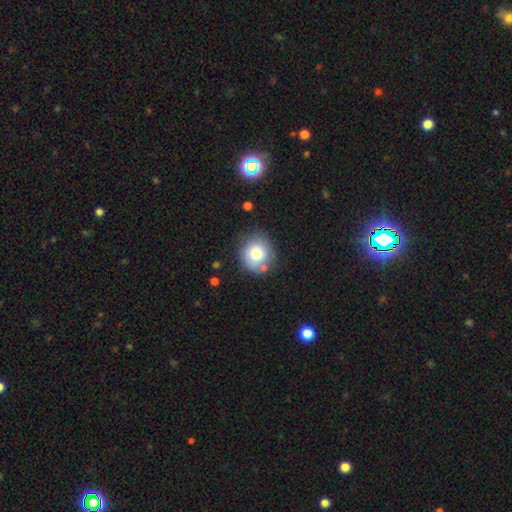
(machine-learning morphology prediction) This is likely a smooth galaxy (77%). How rounded: clearly round (85%). Merging: likely none (76%).